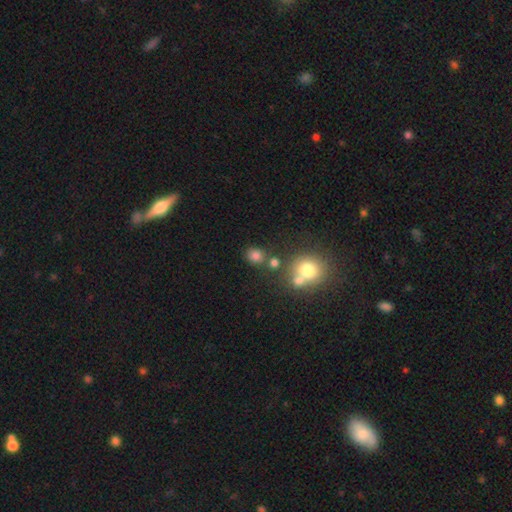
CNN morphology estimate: A smooth galaxy with no disk features (77%) that is round (75%).

Vote fractions:
- Smooth or featured? smooth: 77% / star or artifact: 16% / featured or disk: 7%
- How rounded? round: 75% / in between: 24% / cigar-shaped: 1%
- Merging? none: 71% / merger: 14% / minor disturbance: 11% / major disturbance: 4%